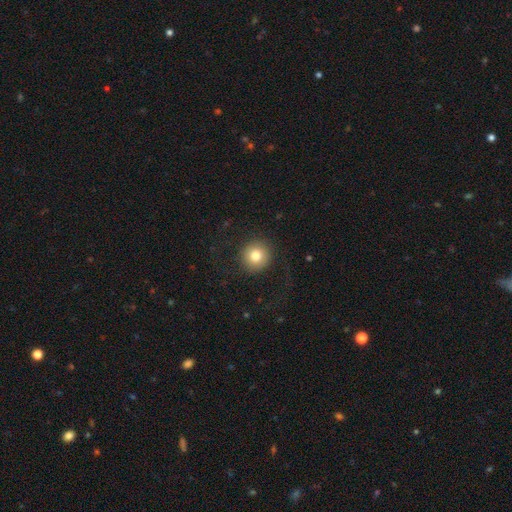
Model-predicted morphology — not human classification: Q: Smooth or featured?
A: smooth (79%); runner-up: featured or disk (11%)
Q: How rounded?
A: round (94%); runner-up: in between (5%)
Q: Merging?
A: none (85%); runner-up: minor disturbance (7%)